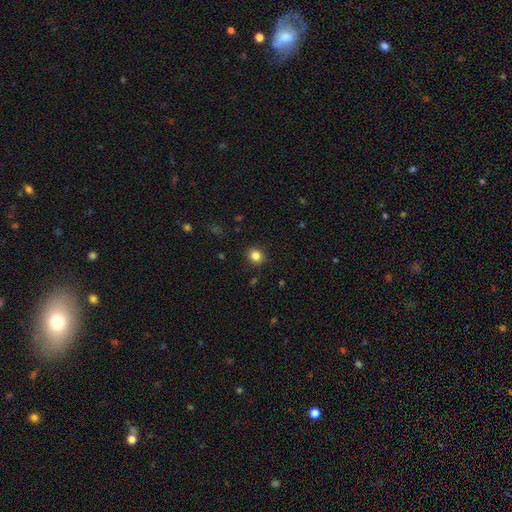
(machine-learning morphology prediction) Smooth or featured? Predicted: smooth (p=0.84). How rounded? Predicted: round (p=0.74). Merging? Predicted: none (p=0.89).